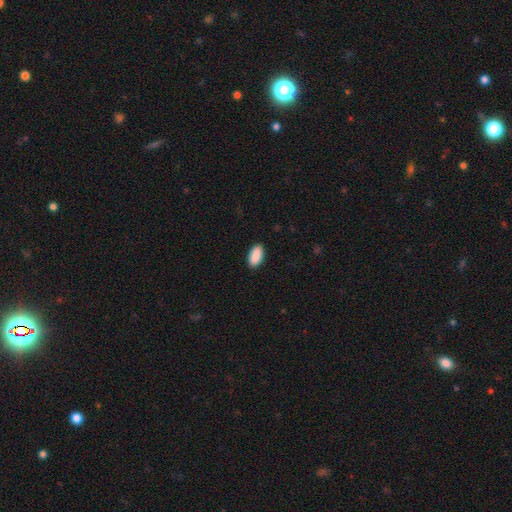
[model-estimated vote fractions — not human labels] Overall: smooth (91%). How rounded: in between (94%). Merging: none (90%).